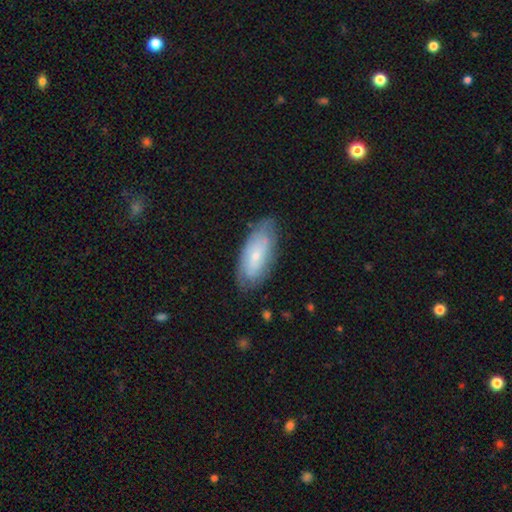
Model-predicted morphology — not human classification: This appears to be a smooth galaxy with no disk features (53%) that is in between round and cigar-shaped (84%). Merging: none (74%).